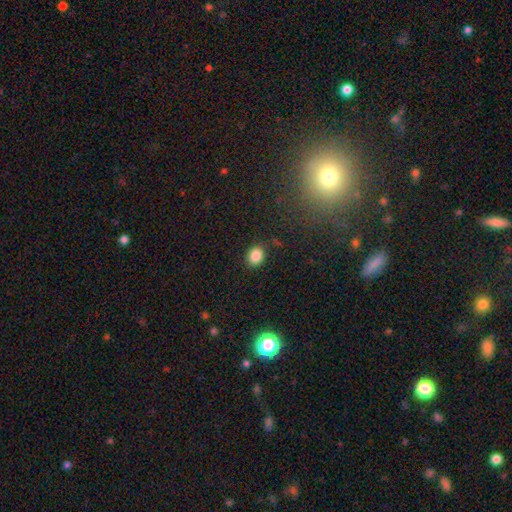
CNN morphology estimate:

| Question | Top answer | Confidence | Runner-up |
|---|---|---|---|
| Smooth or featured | smooth | 85% | star or artifact (10%) |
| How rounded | round | 50% | in between (49%) |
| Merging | none | 85% | minor disturbance (10%) |